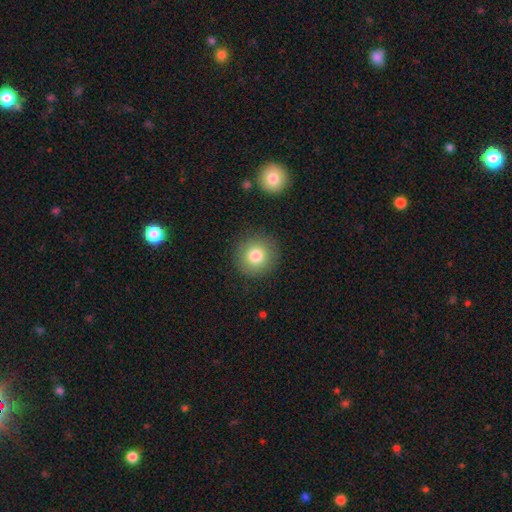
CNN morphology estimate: type=smooth (80%); roundness=round (94%); merging=none (89%).